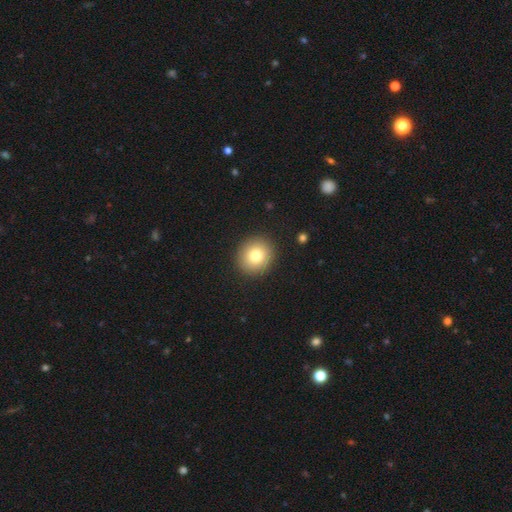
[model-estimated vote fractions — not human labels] A smooth galaxy with no disk features (77%) that is round (86%). Merging: none (91%).